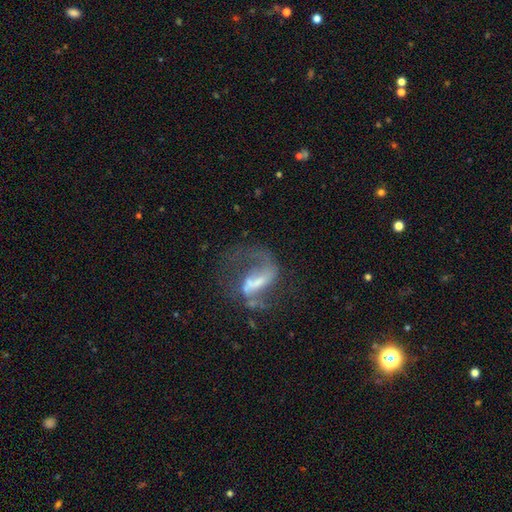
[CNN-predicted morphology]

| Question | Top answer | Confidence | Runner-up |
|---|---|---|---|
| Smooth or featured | featured or disk | 80% | star or artifact (11%) |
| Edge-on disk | no | 94% | yes (6%) |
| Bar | strong | 44% | weak (40%) |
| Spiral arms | yes | 90% | no (10%) |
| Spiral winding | medium | 43% | tied: loose (43%) |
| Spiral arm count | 2 | 76% | 1 (15%) |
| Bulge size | small | 42% | moderate (34%) |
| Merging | none | 60% | major disturbance (19%) |